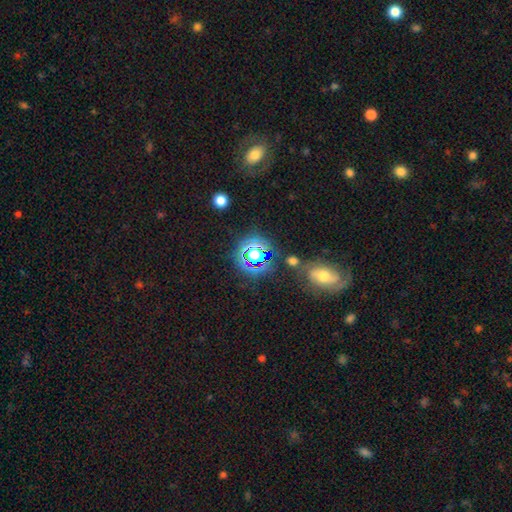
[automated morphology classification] smooth_or_featured: star or artifact (p=0.62) [alt: smooth p=0.28]